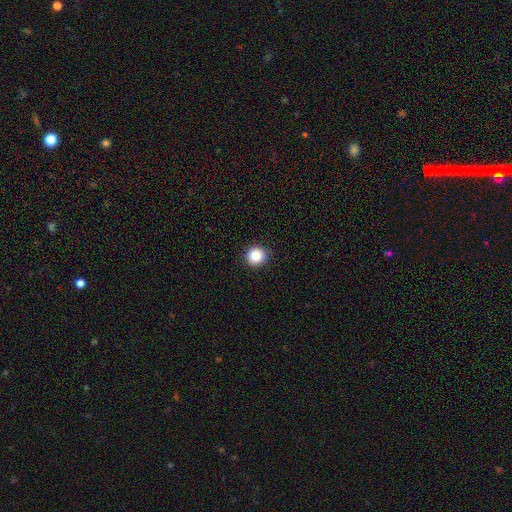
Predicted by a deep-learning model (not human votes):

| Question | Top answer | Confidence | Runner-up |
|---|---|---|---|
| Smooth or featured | smooth | 86% | star or artifact (10%) |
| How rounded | round | 93% | in between (6%) |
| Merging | none | 91% | minor disturbance (6%) |